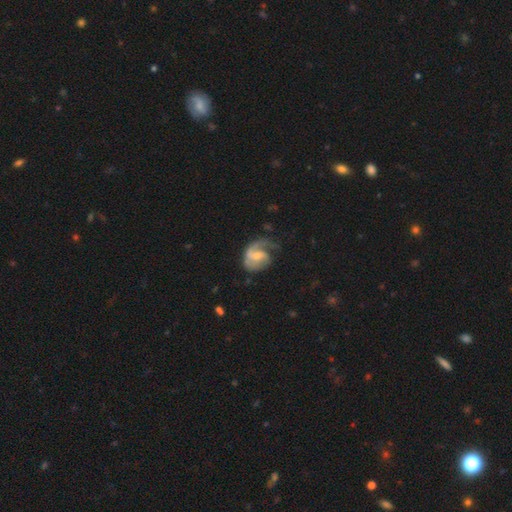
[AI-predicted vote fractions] Smooth or featured?
  - featured or disk: 78% *
  - smooth: 16%
  - star or artifact: 6%
Edge-on disk?
  - no: 98% *
  - yes: 2%
Bar?
  - weak: 51% *
  - no: 35%
  - strong: 15%
Spiral arms?
  - yes: 93% *
  - no: 7%
Spiral winding?
  - medium: 44% *
  - loose: 33%
  - tight: 23%
Spiral arm count?
  - 1: 45% *
  - 2: 42%
  - can't tell: 8%
  - 3: 3%
  - 4: 1%
  - more than 4: 1%
Bulge size?
  - small: 51% *
  - moderate: 38%
  - none: 7%
  - large: 3%
  - dominant: 1%
Merging?
  - none: 45% *
  - major disturbance: 28%
  - minor disturbance: 24%
  - merger: 2%